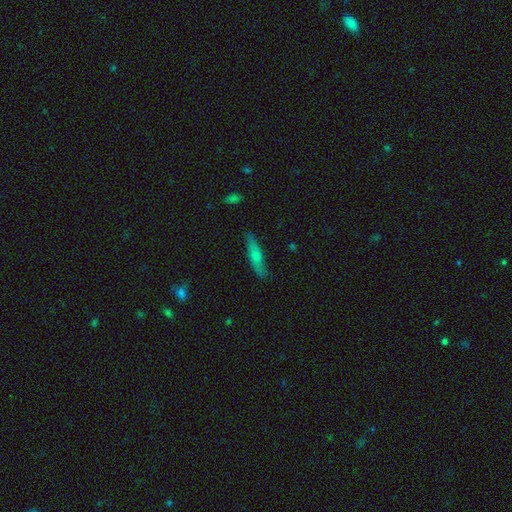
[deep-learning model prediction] This is possibly a smooth galaxy (57%). How rounded: clearly cigar-shaped (82%). Merging: clearly none (82%).